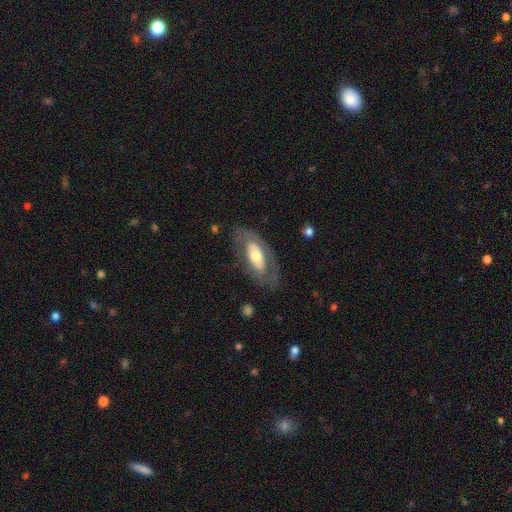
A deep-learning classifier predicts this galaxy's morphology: type=featured or disk (57%); edge-on=no (83%); merging=none (71%).